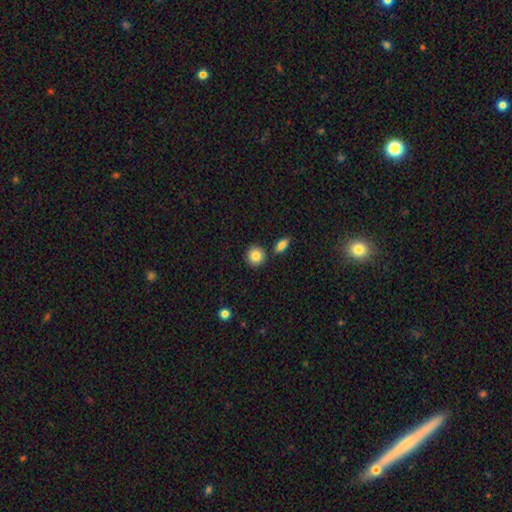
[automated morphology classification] Overall: smooth (85%). How rounded: round (88%). Merging: none (83%).